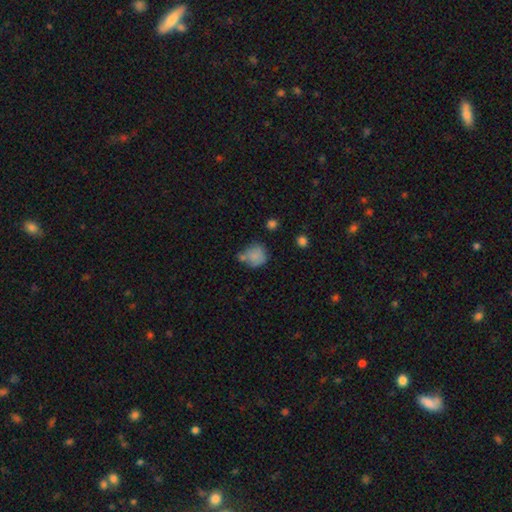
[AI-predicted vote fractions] This appears to be a smooth galaxy with no disk features (78%) that is round (77%). Merging: none (47%).